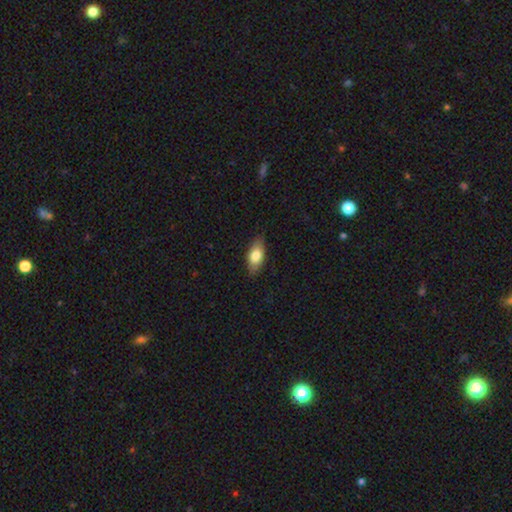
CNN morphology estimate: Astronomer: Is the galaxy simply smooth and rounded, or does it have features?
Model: smooth — 78%.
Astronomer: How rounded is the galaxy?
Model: in between — 87%.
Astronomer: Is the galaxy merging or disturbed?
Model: none — 84%.